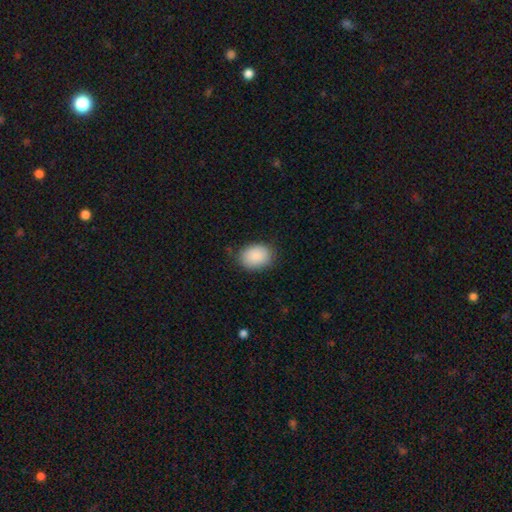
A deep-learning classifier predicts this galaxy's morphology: smooth 89%, star or artifact 7%, featured or disk 4%. Down the decision tree: how rounded — in between (68%); merging — none (81%).